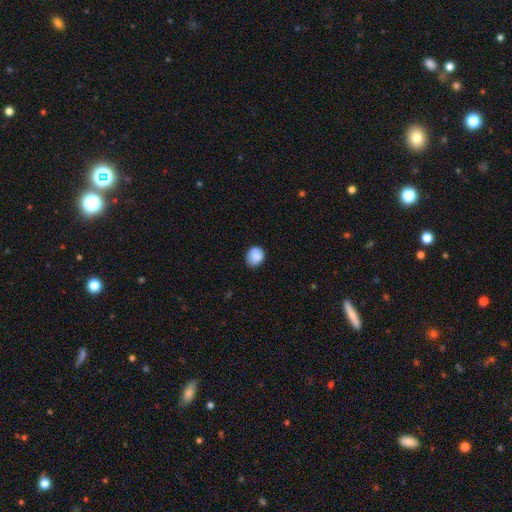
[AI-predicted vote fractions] Smooth or featured? smooth (87%)
How rounded? round (68%)
Merging? none (79%)